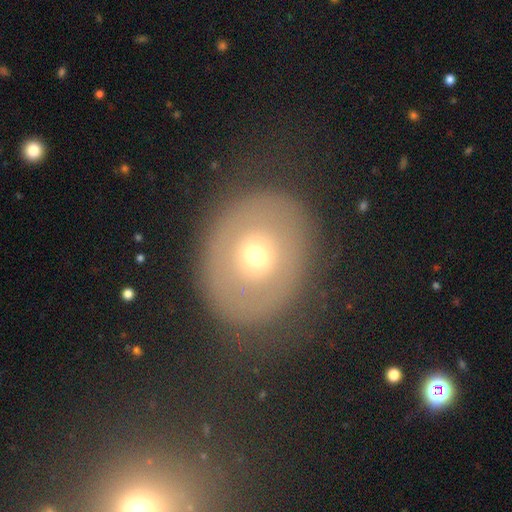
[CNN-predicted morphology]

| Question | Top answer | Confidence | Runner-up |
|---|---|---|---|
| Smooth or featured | smooth | 50% | featured or disk (39%) |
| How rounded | round | 57% | in between (42%) |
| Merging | none | 75% | minor disturbance (13%) |